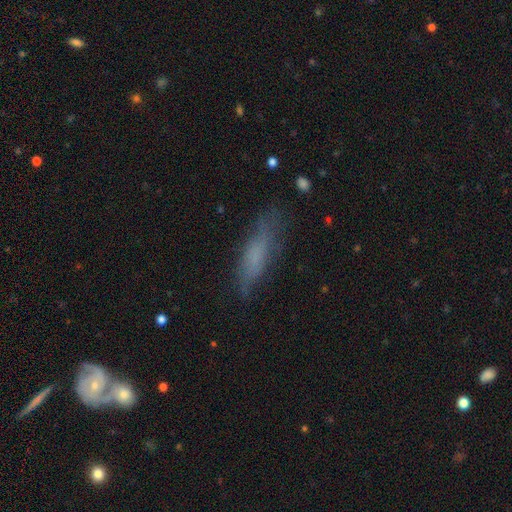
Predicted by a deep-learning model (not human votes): smooth 62%, featured or disk 28%, star or artifact 10%. Down the decision tree: how rounded — cigar-shaped (63%); merging — none (70%).